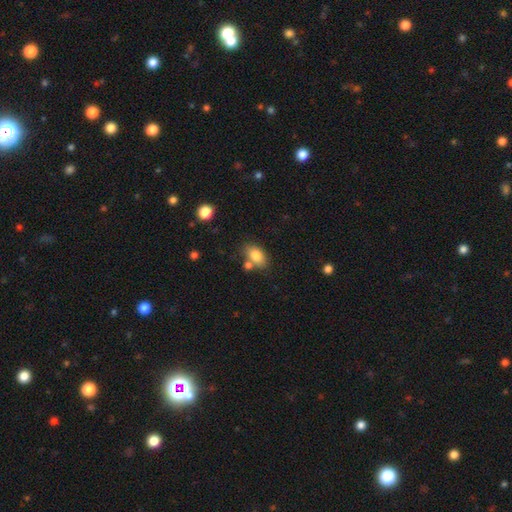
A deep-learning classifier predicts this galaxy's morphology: The model was most divided on "merging": none: 65%, merger: 17%, minor disturbance: 15%, major disturbance: 4%. More confident: how rounded — in between (88%); smooth or featured — smooth (82%).